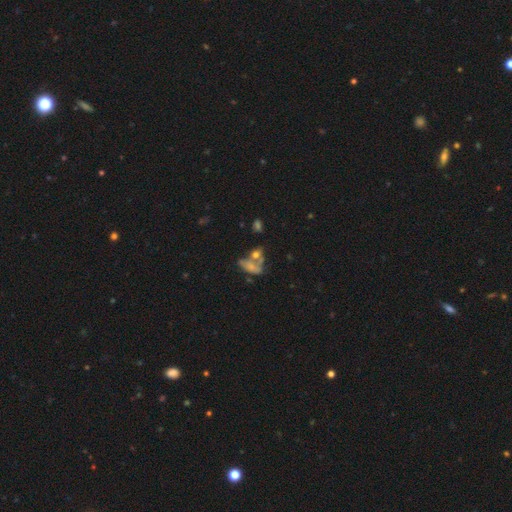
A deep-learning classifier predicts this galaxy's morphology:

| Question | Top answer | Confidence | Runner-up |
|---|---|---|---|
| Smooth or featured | smooth | 47% | featured or disk (32%) |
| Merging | merger | 41% | none (30%) |